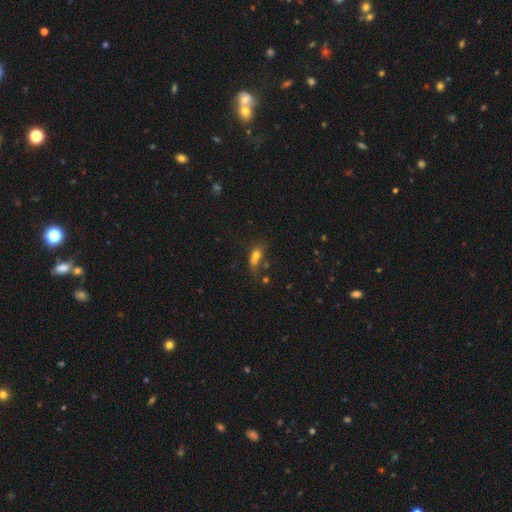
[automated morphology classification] smooth-or-featured: smooth: 66% | featured or disk: 18% | star or artifact: 15%
  how-rounded: in between: 66% | round: 23% | cigar-shaped: 11%
  merging: none: 32% | merger: 29% | minor disturbance: 21% | major disturbance: 18%